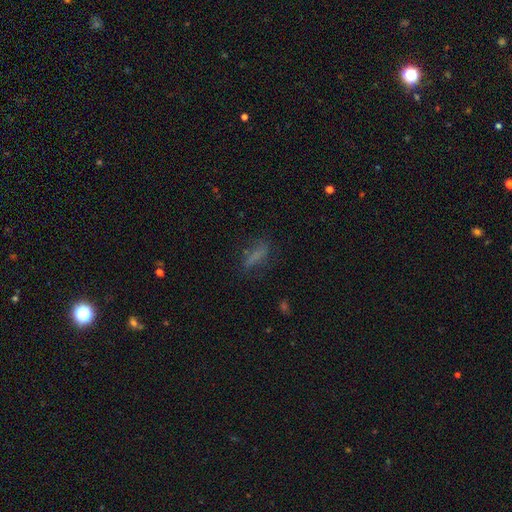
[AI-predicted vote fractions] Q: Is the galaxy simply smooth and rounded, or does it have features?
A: smooth — 62%.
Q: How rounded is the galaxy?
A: cigar-shaped — 61%.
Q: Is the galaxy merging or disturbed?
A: none — 64%.